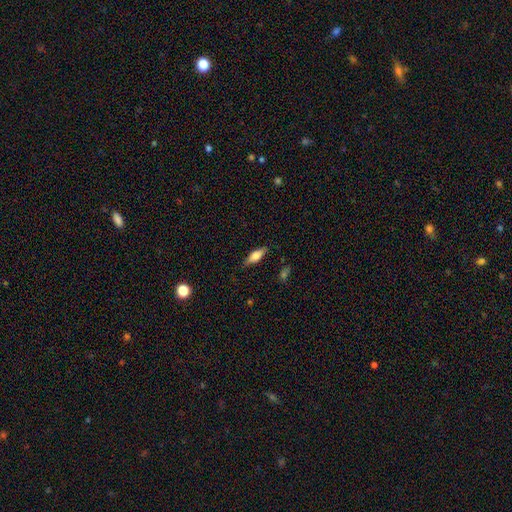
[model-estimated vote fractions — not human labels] This is likely a smooth galaxy (60%). How rounded: possibly in between (58%). Merging: clearly none (84%).